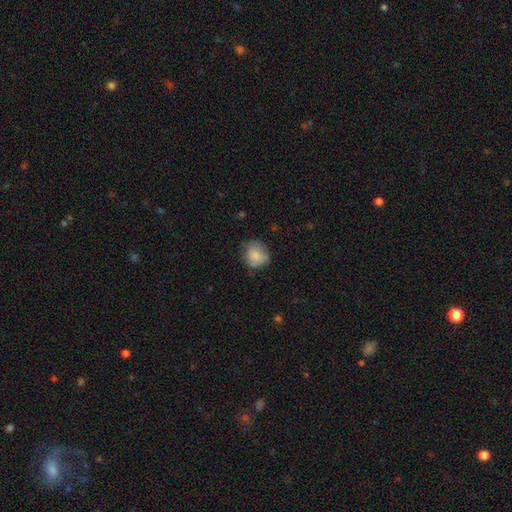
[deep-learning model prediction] Overall: smooth (81%). How rounded: round (74%). Merging: none (62%; minor disturbance 28%).